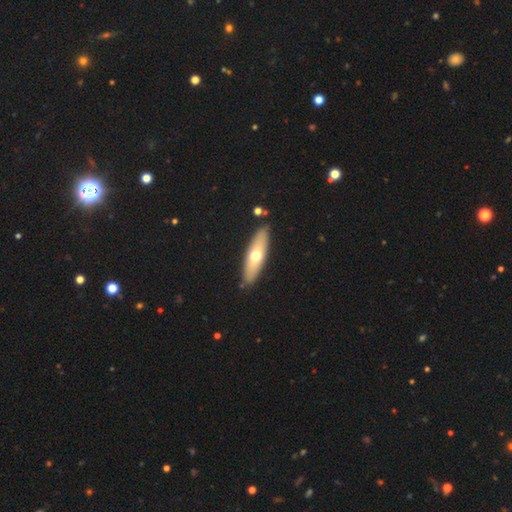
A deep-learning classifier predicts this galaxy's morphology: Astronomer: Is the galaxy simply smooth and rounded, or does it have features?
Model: smooth — 55% (runner-up: featured or disk, 39%).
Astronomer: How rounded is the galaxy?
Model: cigar-shaped — 57% (runner-up: in between, 41%).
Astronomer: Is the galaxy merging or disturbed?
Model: none — 86%.